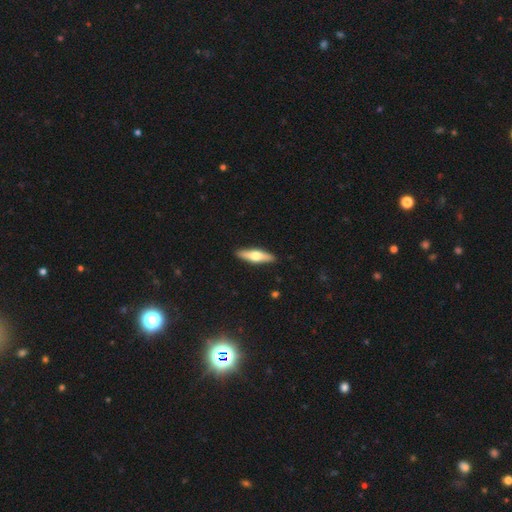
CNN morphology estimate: This appears to be a featured or disk galaxy (48%). Merging: none (91%).